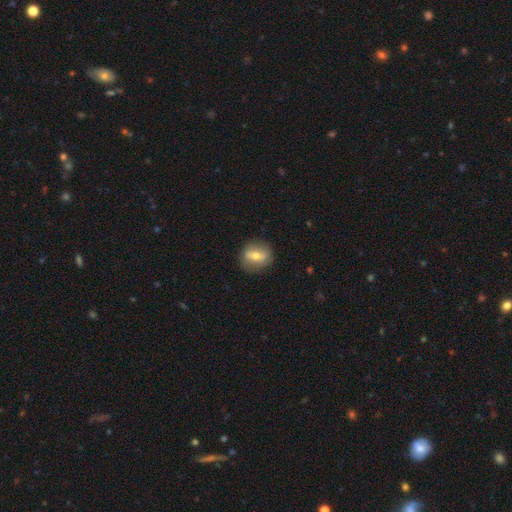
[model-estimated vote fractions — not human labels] This is possibly a smooth galaxy (53%). How rounded: likely round (63%). Merging: clearly none (83%).